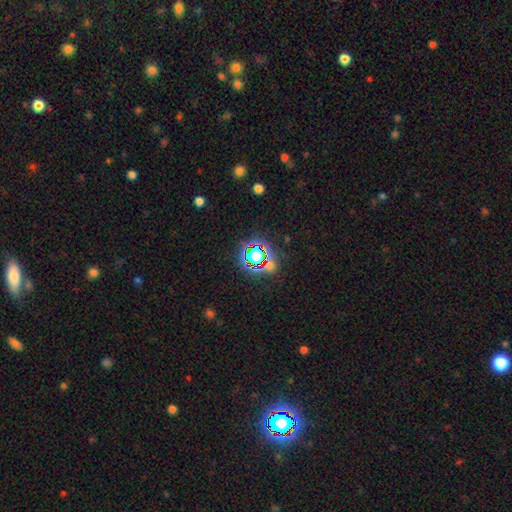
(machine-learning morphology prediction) This is likely a star or artifact rather than a galaxy (64%).